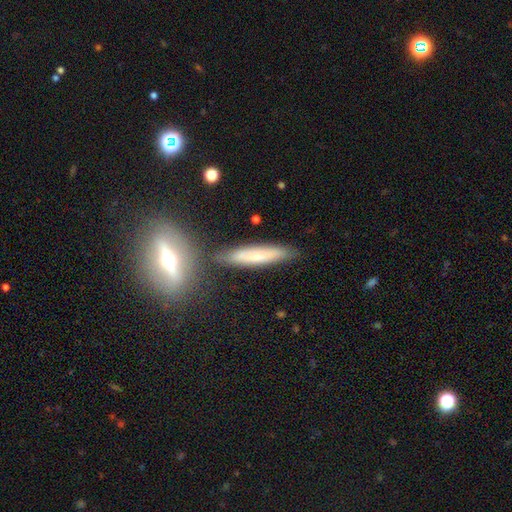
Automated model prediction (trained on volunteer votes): Smooth or featured? Predicted: smooth (p=0.58). How rounded? Predicted: cigar-shaped (p=0.88). Merging? Predicted: none (p=0.77).